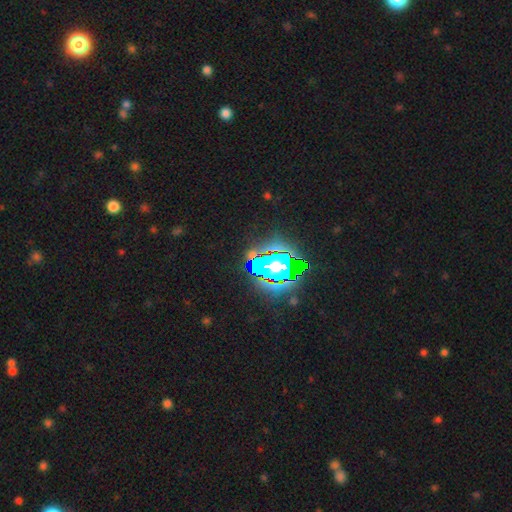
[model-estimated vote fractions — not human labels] smooth_or_featured: star or artifact (p=0.63) [alt: smooth p=0.19]